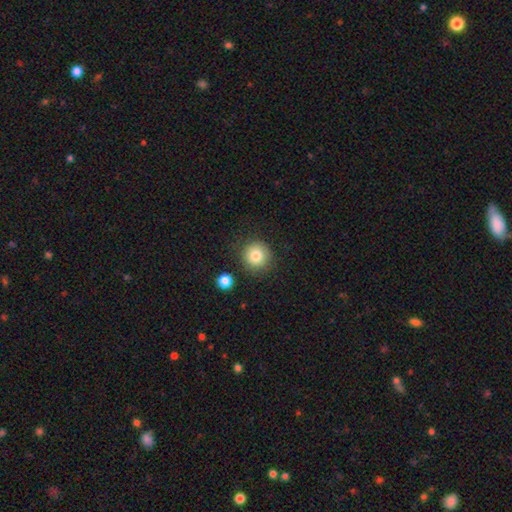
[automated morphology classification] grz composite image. It shows a smooth galaxy with no disk features (82%) that is round (93%). Merging: none (84%).